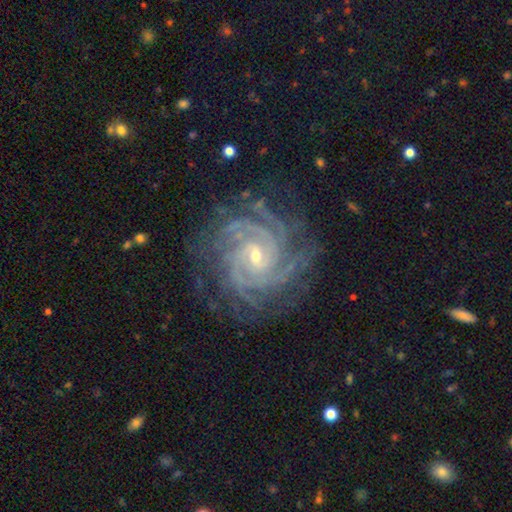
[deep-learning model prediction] Smooth or featured?
  - featured or disk: 92% *
  - star or artifact: 5%
  - smooth: 3%
Edge-on disk?
  - no: 98% *
  - yes: 2%
Bar?
  - no: 51% *
  - weak: 34%
  - strong: 15%
Spiral arms?
  - yes: 99% *
  - no: 1%
Spiral winding?
  - tight: 80% *
  - medium: 18%
  - loose: 2%
Spiral arm count?
  - 4: 30% *
  - more than 4: 23%
  - 3: 15%
  - can't tell: 15%
  - 2: 10%
  - 1: 8%
Bulge size?
  - small: 73% *
  - moderate: 24%
  - large: 1%
  - none: 1%
  - dominant: 1%
Merging?
  - none: 80% *
  - minor disturbance: 14%
  - major disturbance: 5%
  - merger: 1%